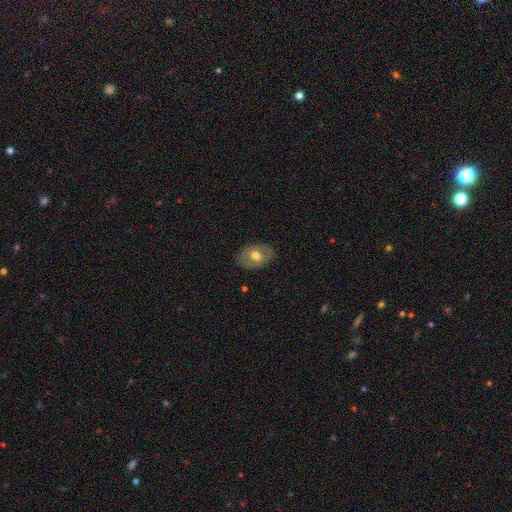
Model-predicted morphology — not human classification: Smooth or featured? smooth (57%)
How rounded? in between (74%)
Merging? none (83%)